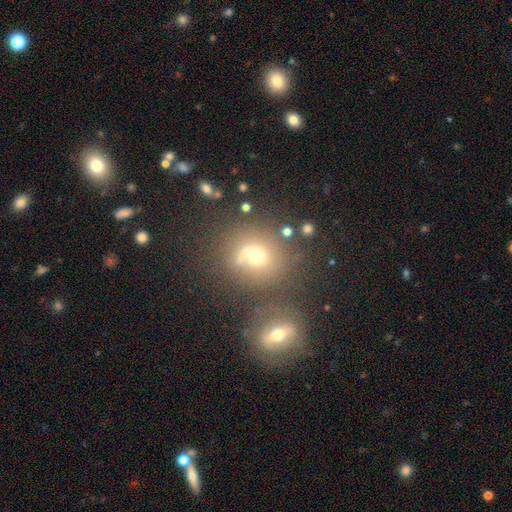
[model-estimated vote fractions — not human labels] smooth 60%, featured or disk 20%, star or artifact 20%. Down the decision tree: how rounded — round (80%); merging — none (54%).